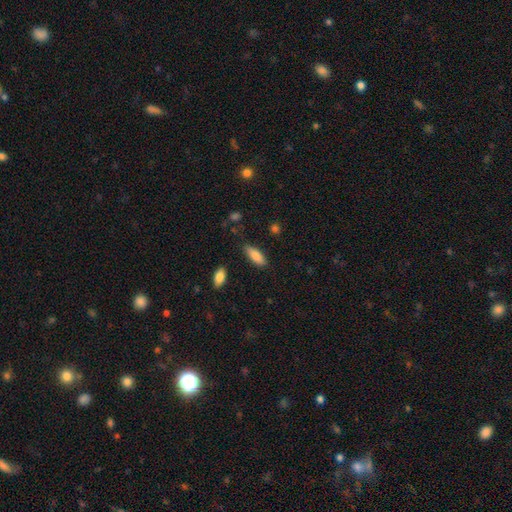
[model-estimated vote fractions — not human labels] Smooth or featured: smooth — 83% (featured or disk — 10%)
How rounded: in between — 67% (cigar-shaped — 31%)
Merging: none — 82% (minor disturbance — 13%)